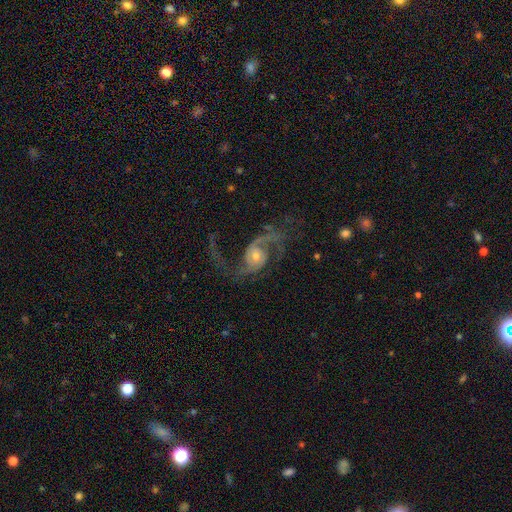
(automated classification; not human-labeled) Smooth or featured? Predicted: featured or disk (p=0.89). Edge-on disk? Predicted: no (p=0.97). Bar? Predicted: no (p=0.63). Spiral arms? Predicted: yes (p=0.97). Spiral winding? Predicted: loose (p=0.59). Spiral arm count? Predicted: 2 (p=0.89). Bulge size? Predicted: small (p=0.48). Merging? Predicted: none (p=0.61).